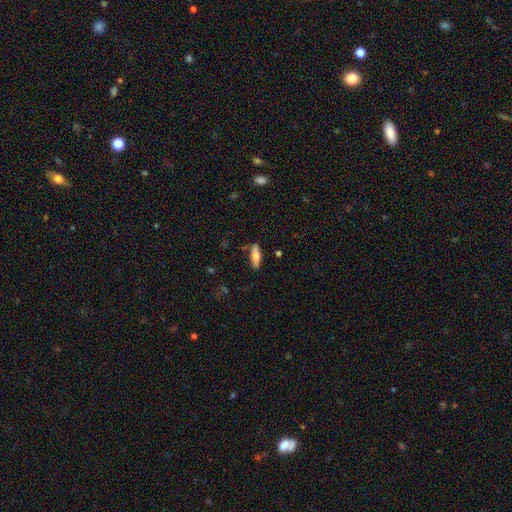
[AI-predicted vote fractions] A smooth galaxy with no disk features (65%) that is cigar-shaped (49%, tied with in between). Merging: none (80%).